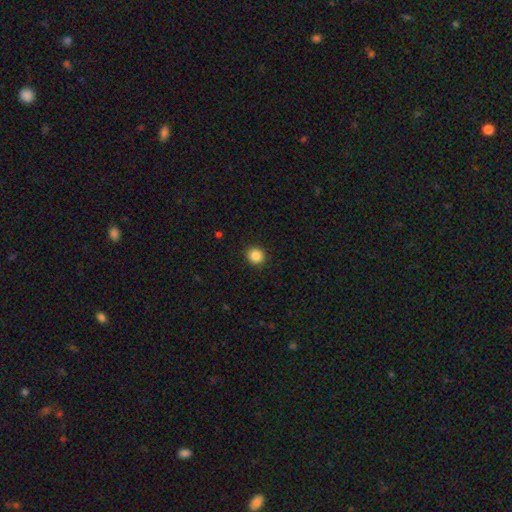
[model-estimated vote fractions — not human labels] Smooth or featured? Predicted: smooth (p=0.86). How rounded? Predicted: round (p=0.88). Merging? Predicted: none (p=0.92).